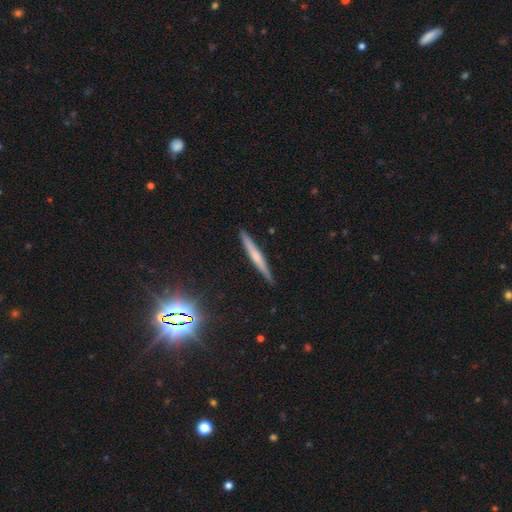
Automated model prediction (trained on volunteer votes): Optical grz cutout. It shows a featured or disk galaxy (48%). Merging: none (90%).